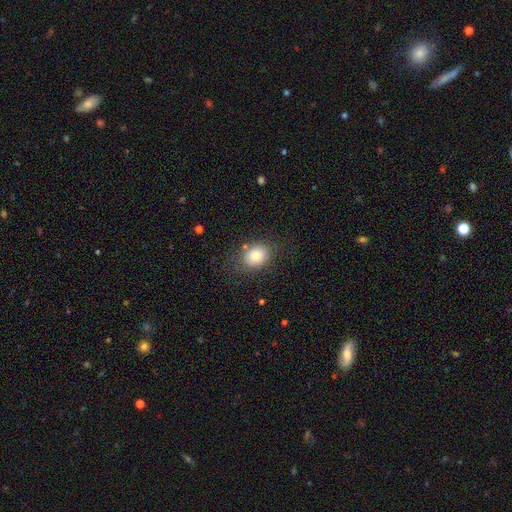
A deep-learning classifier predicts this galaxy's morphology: Smooth or featured? smooth (78%)
How rounded? in between (51%)
Merging? none (78%)